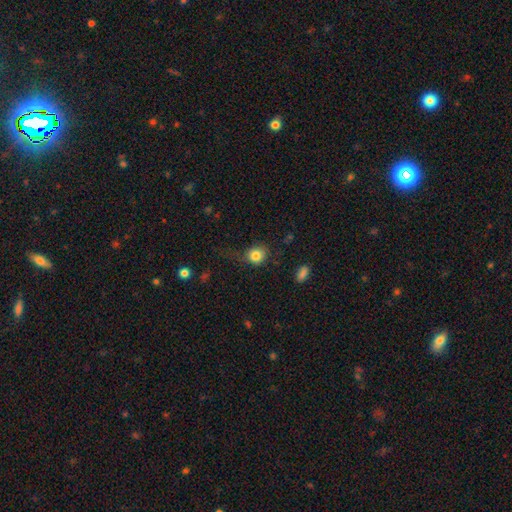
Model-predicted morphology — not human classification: Overall: smooth (83%). How rounded: round (80%). Merging: none (62%; minor disturbance 23%).